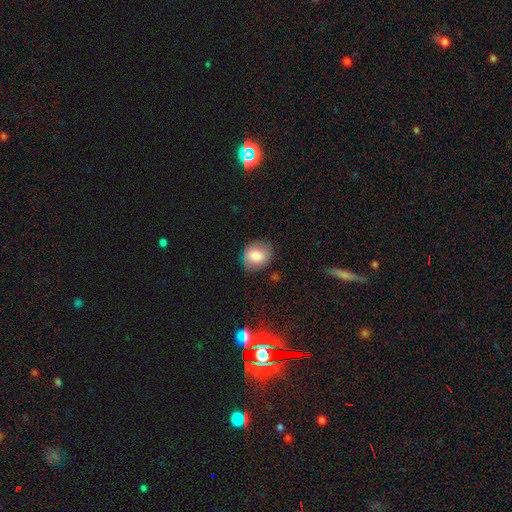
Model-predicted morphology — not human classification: The model was most divided on "how rounded": round: 55%, in between: 44%, cigar-shaped: 1%. More confident: smooth or featured — smooth (77%); merging — none (73%).